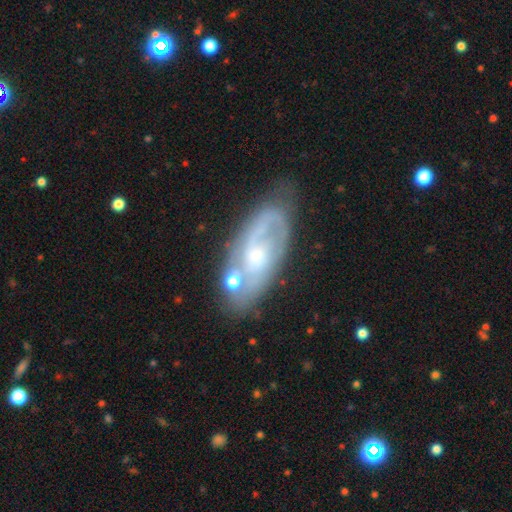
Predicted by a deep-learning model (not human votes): A featured or disk galaxy (73%) with no bar (63%), 2 (44%) tight (43%) spiral arms (79%) and a small central bulge (46%). Merging: none (65%).